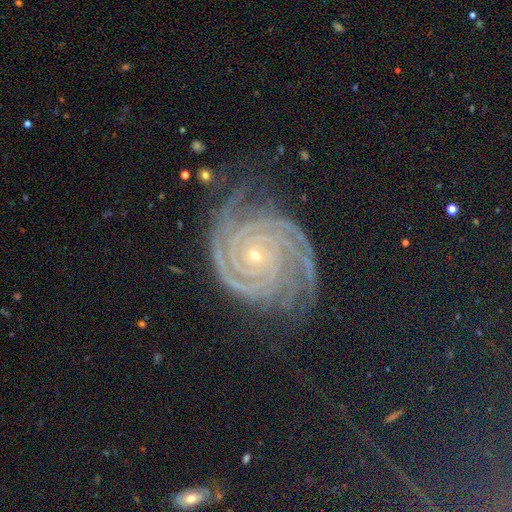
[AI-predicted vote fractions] Smooth or featured: featured or disk — 90% (star or artifact — 7%)
Edge-on disk: no — 97% (yes — 3%)
Bar: no — 78% (weak — 12%)
Spiral arms: yes — 99% (no — 1%)
Spiral winding: tight — 88% (medium — 10%)
Spiral arm count: 2 — 26% (3 — 21%)
Bulge size: small — 85% (moderate — 12%)
Merging: none — 72% (minor disturbance — 19%)